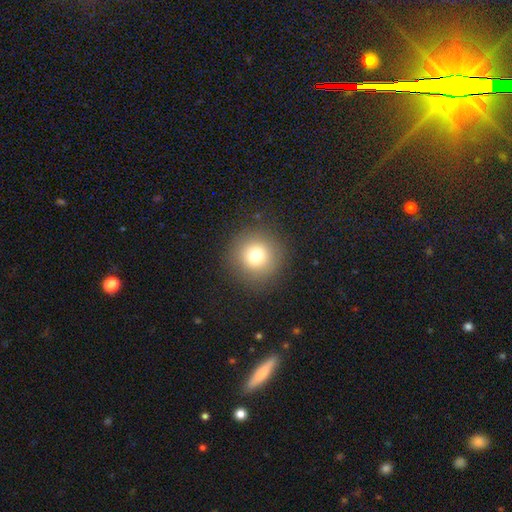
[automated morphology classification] type=smooth (77%); roundness=round (95%); merging=none (89%).